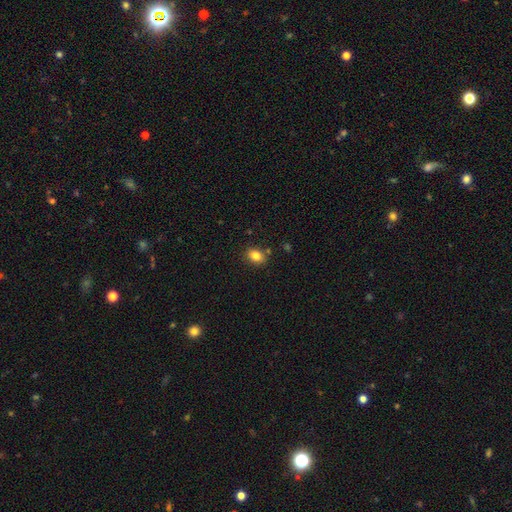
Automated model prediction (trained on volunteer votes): smooth 83%, star or artifact 10%, featured or disk 7%. Down the decision tree: how rounded — in between (67%); merging — none (83%).